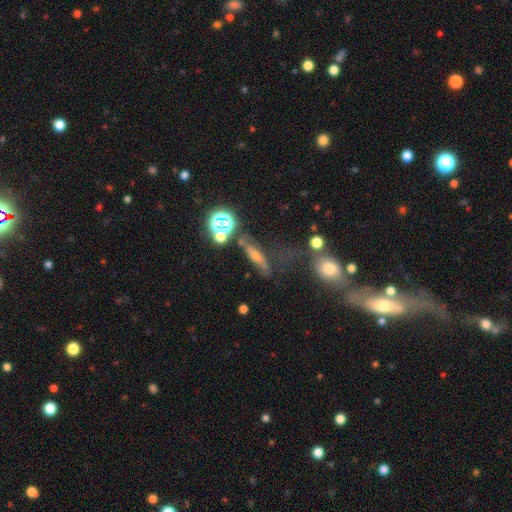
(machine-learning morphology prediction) type=featured or disk (40%); merging=none (47%).